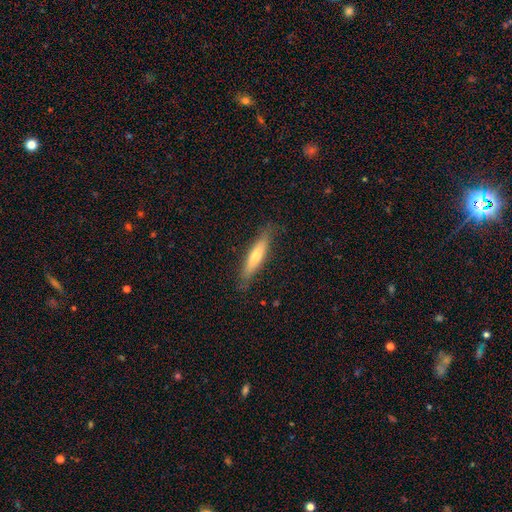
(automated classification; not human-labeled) smooth_or_featured: smooth (p=0.67) [alt: featured or disk p=0.28]
how_rounded: cigar-shaped (p=0.83) [alt: in between p=0.16]
merging: none (p=0.84) [alt: minor disturbance p=0.12]